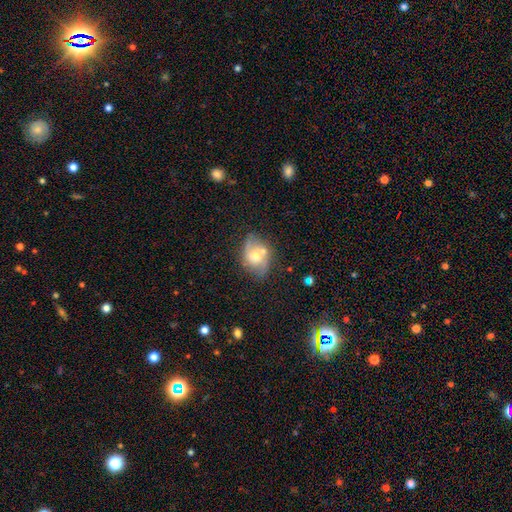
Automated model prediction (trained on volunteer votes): The model was most divided on "smooth or featured": featured or disk: 54%, smooth: 37%, star or artifact: 9%. More confident: edge-on disk — no (95%); bar — no (71%); spiral arms — yes (70%); bulge size — moderate (69%); merging — none (56%).